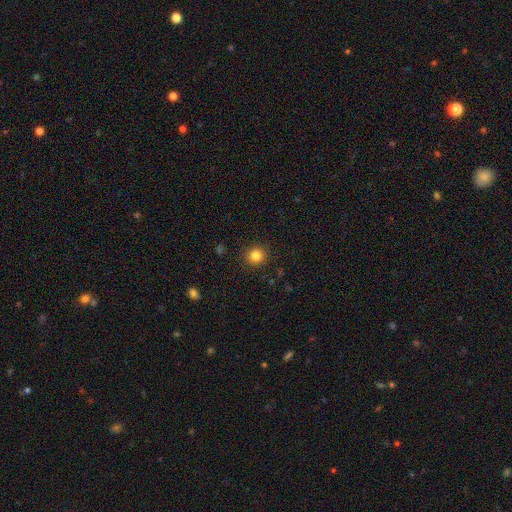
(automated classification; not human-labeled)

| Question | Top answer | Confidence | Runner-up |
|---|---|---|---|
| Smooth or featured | smooth | 83% | star or artifact (12%) |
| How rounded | round | 88% | in between (11%) |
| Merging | none | 91% | minor disturbance (6%) |